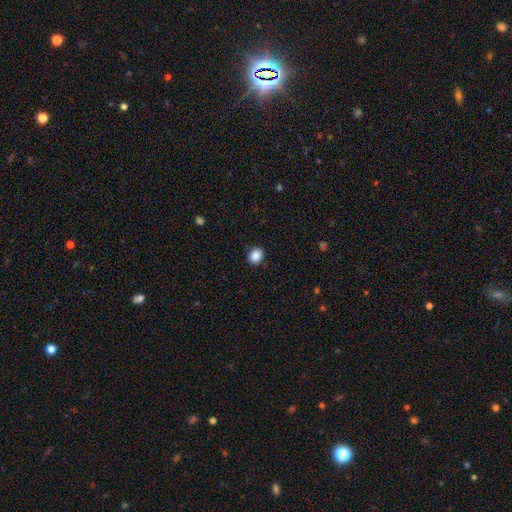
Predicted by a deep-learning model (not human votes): smooth-or-featured: smooth: 88% | star or artifact: 10% | featured or disk: 3%
  how-rounded: round: 69% | in between: 30% | cigar-shaped: 1%
  merging: none: 89% | minor disturbance: 8% | major disturbance: 2% | merger: 1%